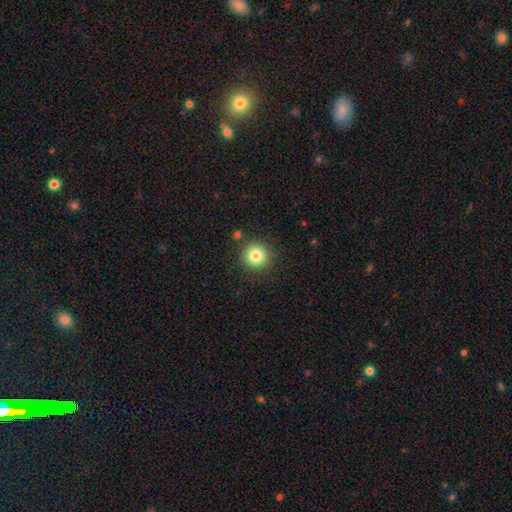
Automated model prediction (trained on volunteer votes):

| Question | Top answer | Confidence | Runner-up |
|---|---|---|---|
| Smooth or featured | smooth | 83% | star or artifact (11%) |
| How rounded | round | 94% | in between (5%) |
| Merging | none | 87% | minor disturbance (8%) |